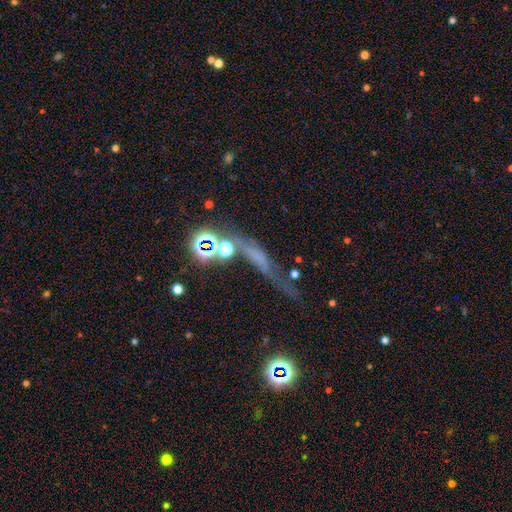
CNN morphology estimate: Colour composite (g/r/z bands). It shows a star or artifact, not a galaxy (39%).